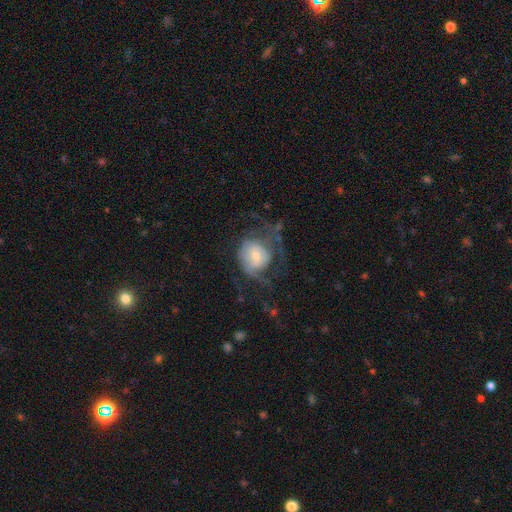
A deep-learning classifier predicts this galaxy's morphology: A featured or disk galaxy (65%) with no bar (69%), spiral arms (76%) and a small central bulge (48%). Merging: none (41%).